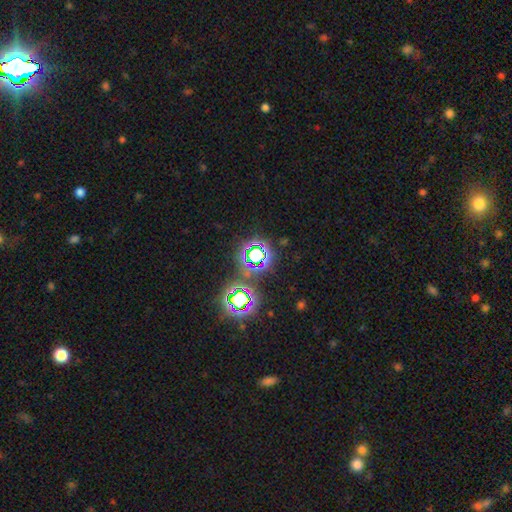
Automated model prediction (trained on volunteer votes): Smooth or featured: star or artifact — 70% (smooth — 20%)